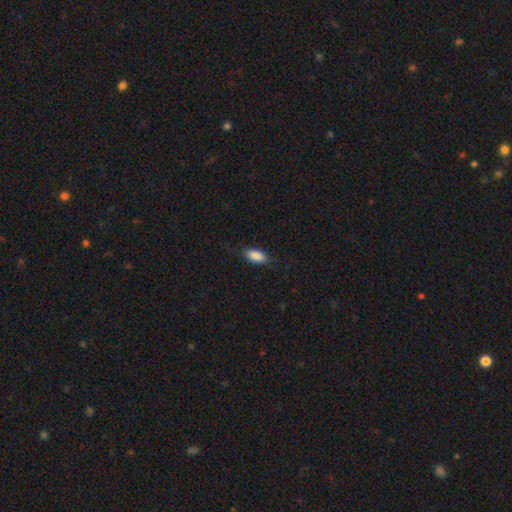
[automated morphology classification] smooth-or-featured: smooth: 88% | star or artifact: 7% | featured or disk: 5%
  how-rounded: in between: 89% | cigar-shaped: 8% | round: 3%
  merging: none: 82% | minor disturbance: 14% | major disturbance: 3% | merger: 1%